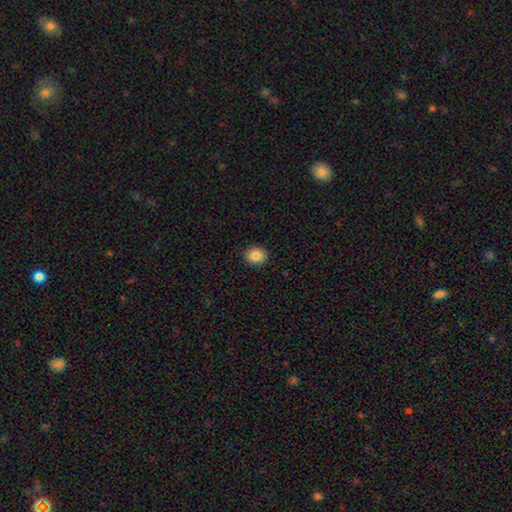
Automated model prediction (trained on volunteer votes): Smooth or featured: smooth — 83% (star or artifact — 10%)
How rounded: round — 70% (in between — 29%)
Merging: none — 90% (minor disturbance — 7%)